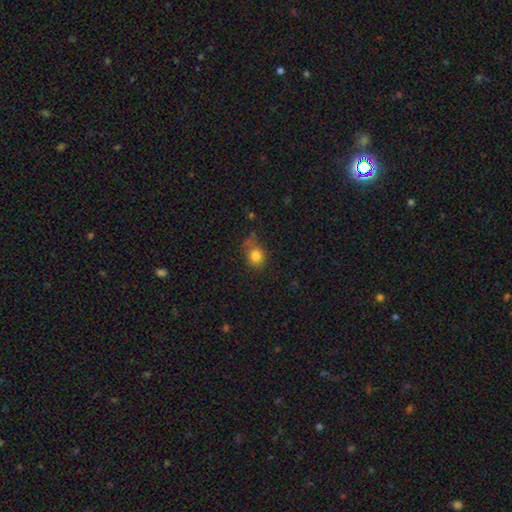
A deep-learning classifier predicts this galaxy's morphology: Overall: smooth (82%). How rounded: round (68%; in between 31%). Merging: none (58%; minor disturbance 27%).